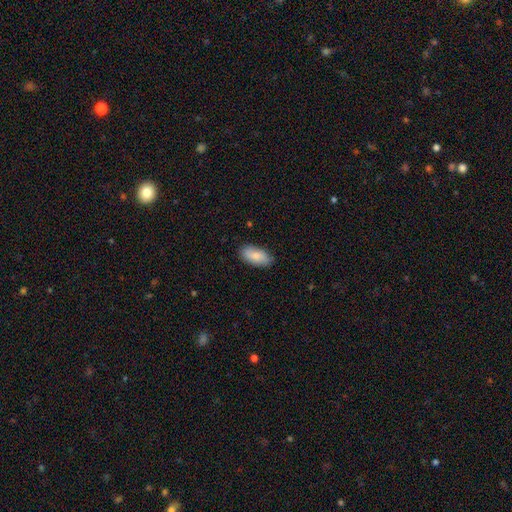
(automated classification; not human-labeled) This is clearly a smooth galaxy (83%). How rounded: clearly in between (91%). Merging: clearly none (85%).